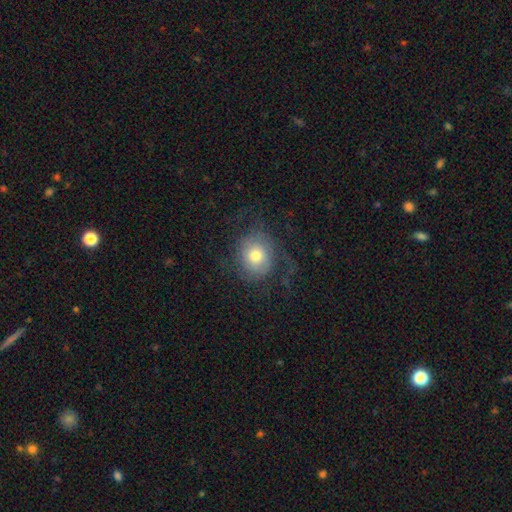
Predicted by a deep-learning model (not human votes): Smooth or featured? Predicted: smooth (p=0.53). How rounded? Predicted: round (p=0.75). Merging? Predicted: none (p=0.57).